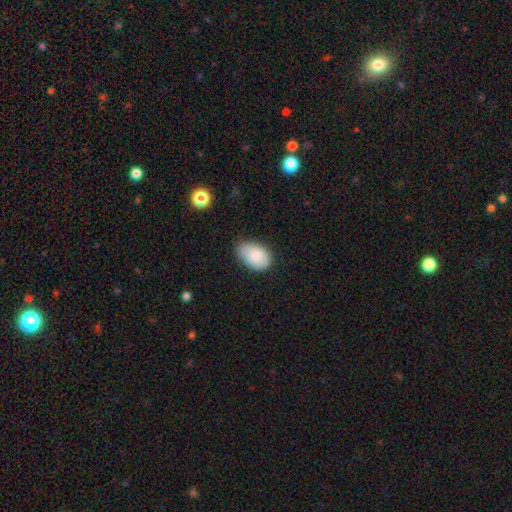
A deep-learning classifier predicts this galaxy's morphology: smooth 85%, featured or disk 9%, star or artifact 6%. Down the decision tree: how rounded — in between (90%); merging — none (71%).